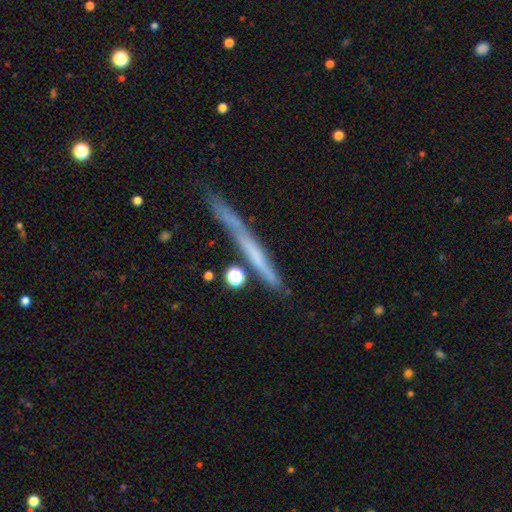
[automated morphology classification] This is possibly a featured or disk galaxy (48%). Merging: likely none (70%).